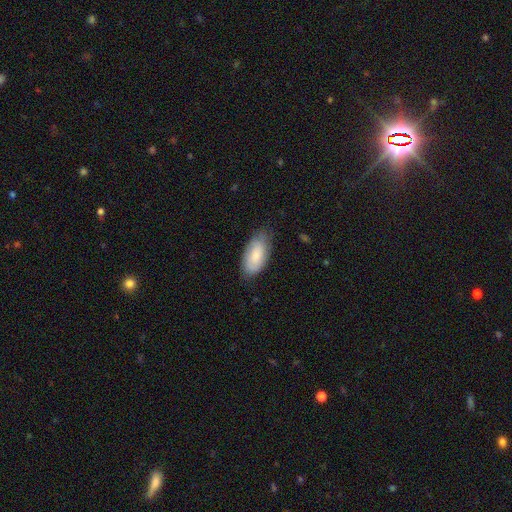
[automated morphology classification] Smooth or featured: smooth — 78% (featured or disk — 17%)
How rounded: in between — 93% (cigar-shaped — 5%)
Merging: none — 69% (minor disturbance — 25%)